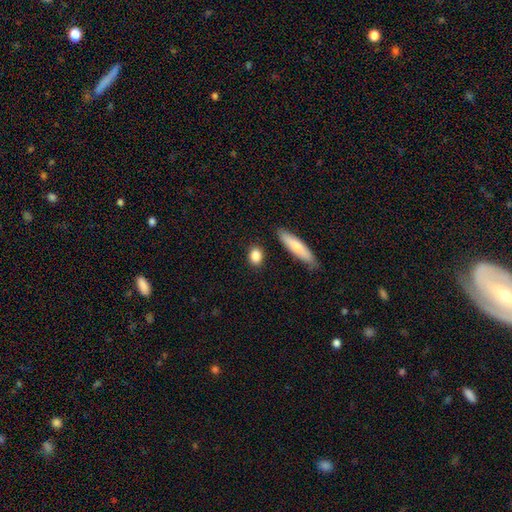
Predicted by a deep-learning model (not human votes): Smooth or featured? Predicted: smooth (p=0.86). How rounded? Predicted: in between (p=0.57). Merging? Predicted: none (p=0.86).